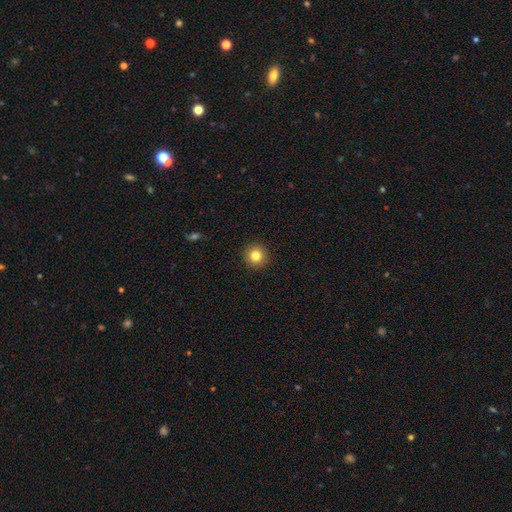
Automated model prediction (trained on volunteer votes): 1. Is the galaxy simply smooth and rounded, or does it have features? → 83% smooth, 11% star or artifact, 6% featured or disk.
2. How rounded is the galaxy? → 95% round, 4% in between, 1% cigar-shaped.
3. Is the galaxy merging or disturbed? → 93% none, 5% minor disturbance, 2% major disturbance, 1% merger.